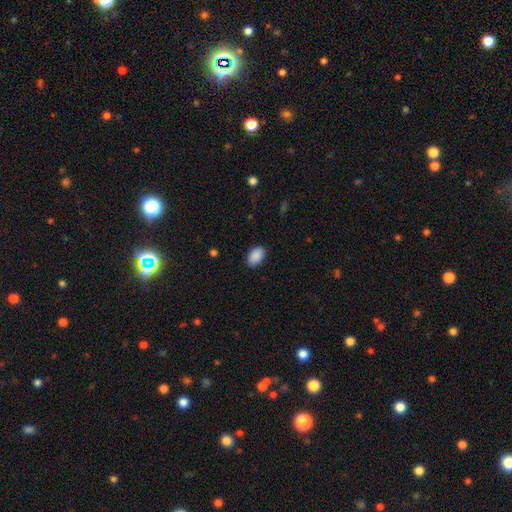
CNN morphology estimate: Overall: smooth (90%). How rounded: in between (92%). Merging: none (88%).